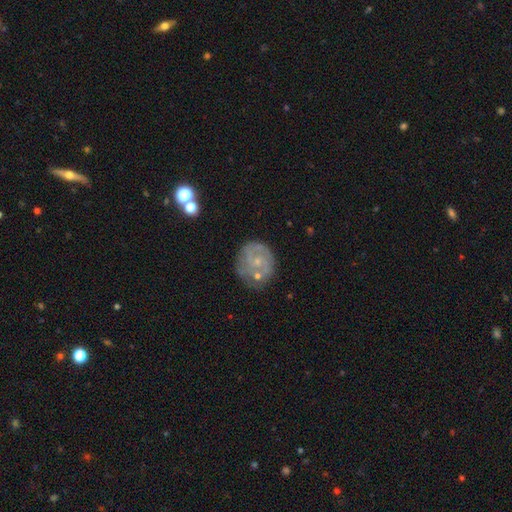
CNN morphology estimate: Smooth or featured? featured or disk (74%)
Edge-on disk? no (98%)
Bar? no (72%)
Spiral arms? yes (83%)
Spiral winding? tight (57%)
Spiral arm count? 2 (41%)
Bulge size? small (76%)
Merging? none (63%)